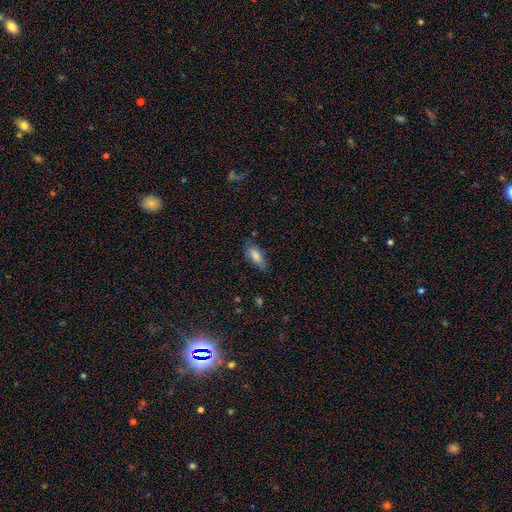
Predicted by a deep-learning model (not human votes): Smooth or featured?
  - smooth: 80% *
  - featured or disk: 12%
  - star or artifact: 7%
How rounded?
  - in between: 71% *
  - cigar-shaped: 27%
  - round: 2%
Merging?
  - none: 69% *
  - minor disturbance: 24%
  - major disturbance: 5%
  - merger: 2%